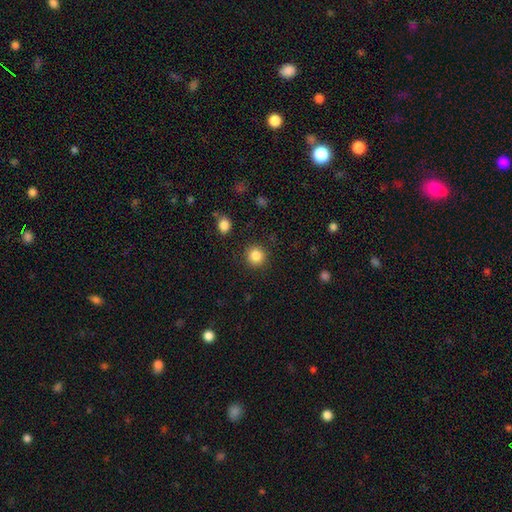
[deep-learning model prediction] A smooth galaxy with no disk features (86%) that is round (93%).

Vote fractions:
- Smooth or featured? smooth: 86% / star or artifact: 10% / featured or disk: 4%
- How rounded? round: 93% / in between: 7% / cigar-shaped: 1%
- Merging? none: 90% / minor disturbance: 6% / major disturbance: 3% / merger: 2%